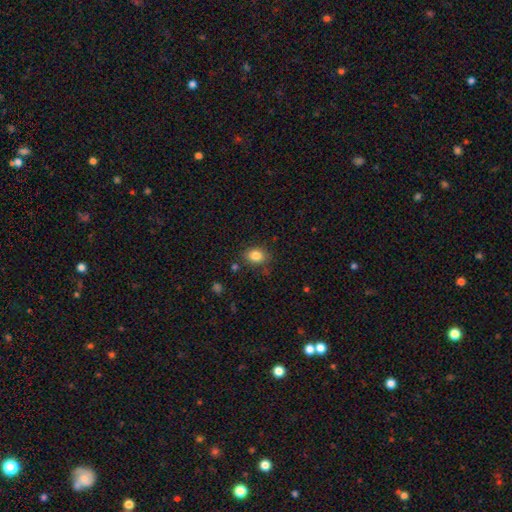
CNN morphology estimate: smooth-or-featured: smooth: 84% | star or artifact: 10% | featured or disk: 7%
  how-rounded: in between: 61% | round: 37% | cigar-shaped: 1%
  merging: none: 80% | minor disturbance: 14% | major disturbance: 3% | merger: 3%